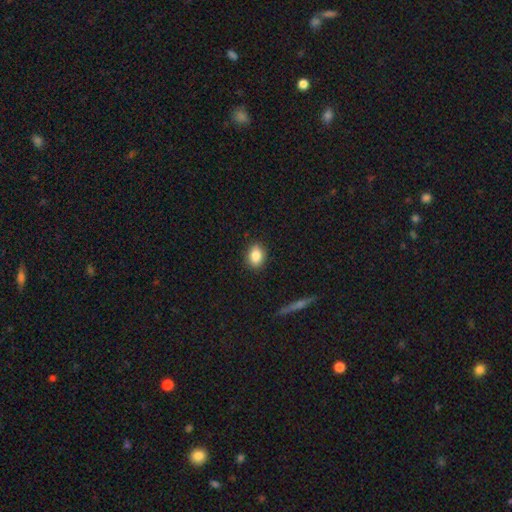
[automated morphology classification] type=smooth (83%); roundness=in between (68%); merging=none (88%).